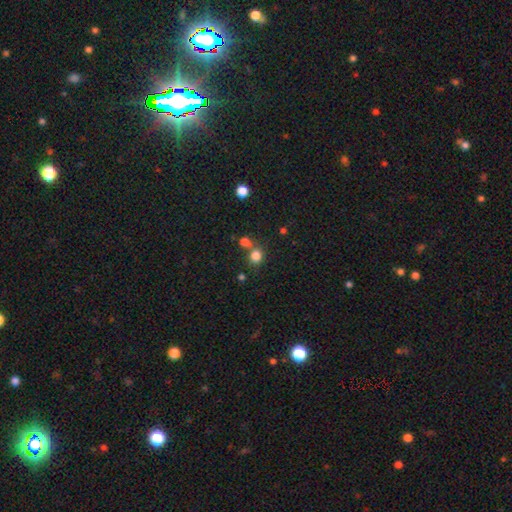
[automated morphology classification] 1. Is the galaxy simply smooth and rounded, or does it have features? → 81% smooth, 13% star or artifact, 6% featured or disk.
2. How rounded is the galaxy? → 80% round, 19% in between, 1% cigar-shaped.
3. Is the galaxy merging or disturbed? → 56% none, 32% merger, 8% minor disturbance, 4% major disturbance.